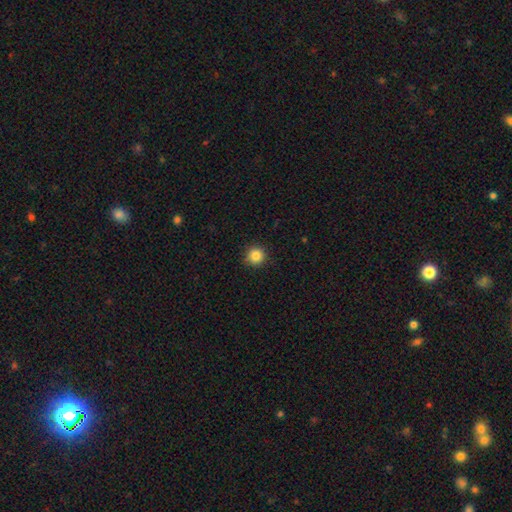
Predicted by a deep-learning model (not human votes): smooth 85%, star or artifact 11%, featured or disk 4%. Down the decision tree: how rounded — round (95%); merging — none (91%).